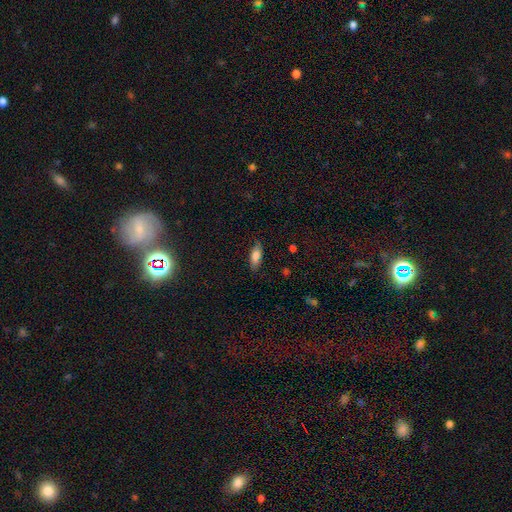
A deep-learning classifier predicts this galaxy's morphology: type=smooth (77%); roundness=in between (76%); merging=none (79%).